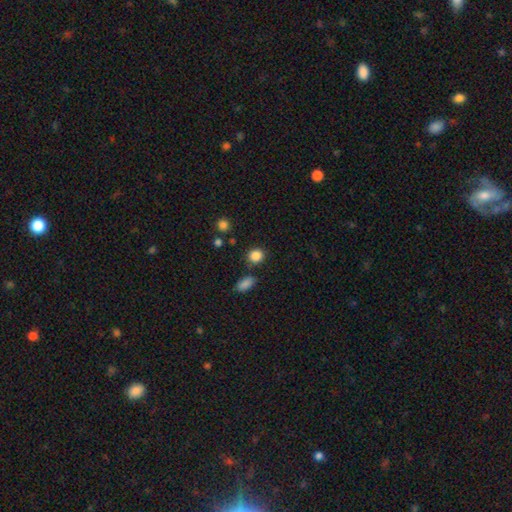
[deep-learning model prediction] smooth_or_featured: smooth (p=0.86) [alt: star or artifact p=0.10]
how_rounded: round (p=0.77) [alt: in between p=0.22]
merging: none (p=0.80) [alt: minor disturbance p=0.11]